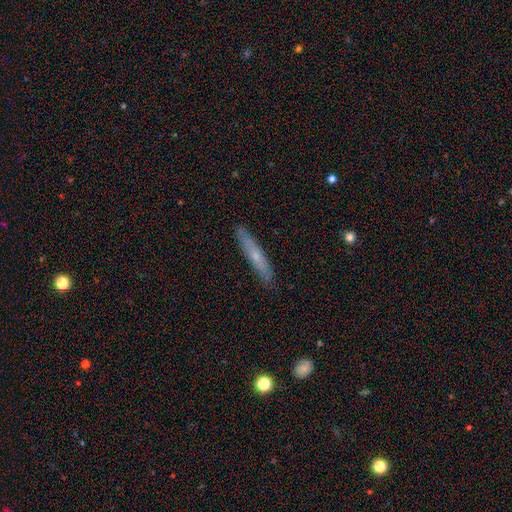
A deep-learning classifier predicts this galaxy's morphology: This appears to be a smooth galaxy with no disk features (51%) that is cigar-shaped (92%). Merging: none (86%).